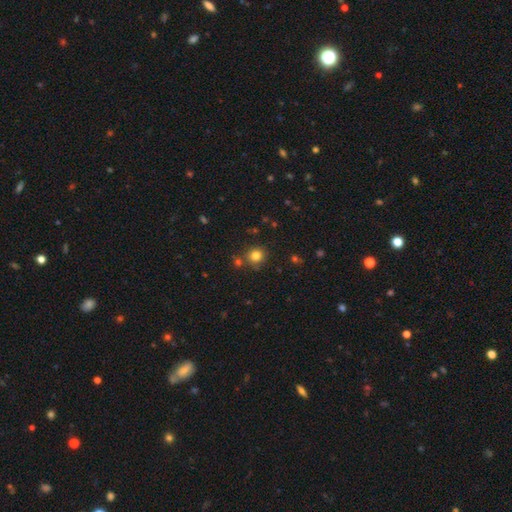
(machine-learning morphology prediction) type=smooth (80%); roundness=round (89%); merging=none (80%).